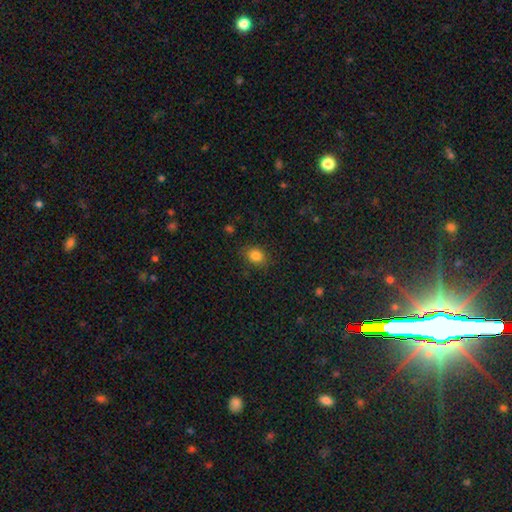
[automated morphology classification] type=smooth (83%); roundness=in between (54%); merging=none (85%).